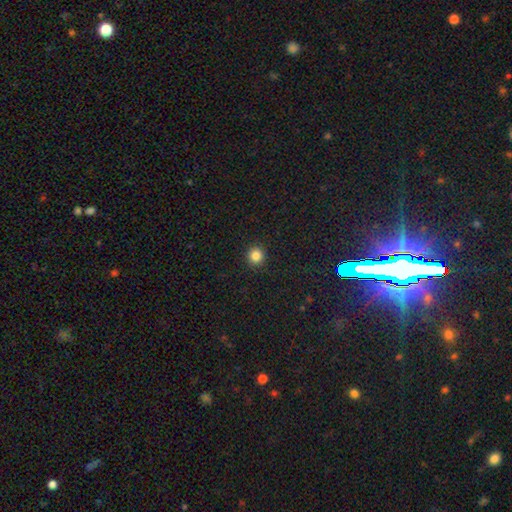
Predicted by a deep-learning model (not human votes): Smooth or featured? smooth (84%)
How rounded? round (94%)
Merging? none (93%)